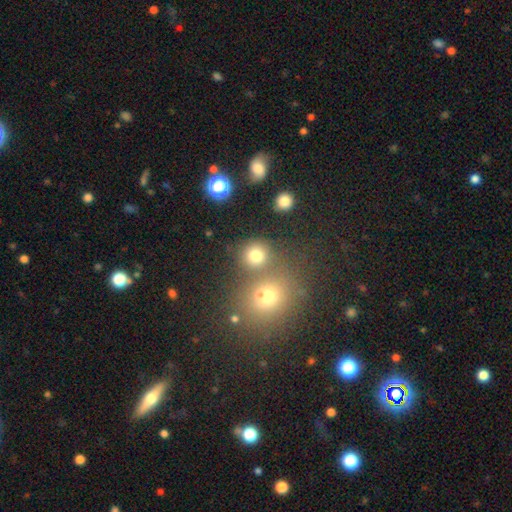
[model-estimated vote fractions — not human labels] smooth-or-featured: smooth: 76% | star or artifact: 17% | featured or disk: 7%
  how-rounded: round: 86% | in between: 13% | cigar-shaped: 1%
  merging: none: 66% | merger: 21% | minor disturbance: 9% | major disturbance: 4%